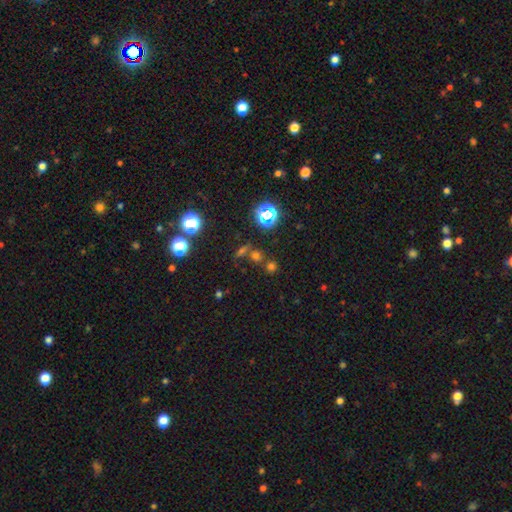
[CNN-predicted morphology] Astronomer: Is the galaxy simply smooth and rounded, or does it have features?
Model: star or artifact — 47% (runner-up: smooth, 42%).